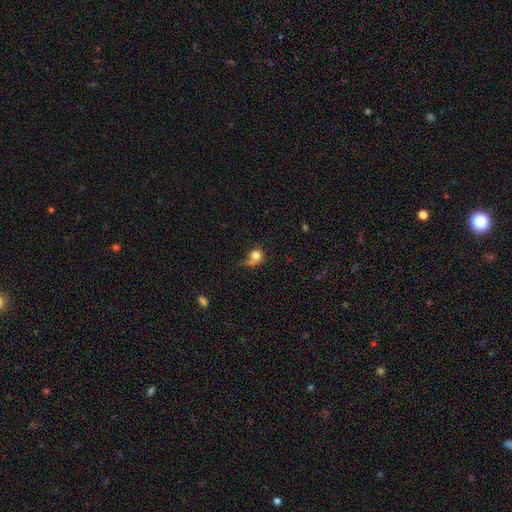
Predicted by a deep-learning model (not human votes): Smooth or featured?
  - smooth: 76% *
  - featured or disk: 14%
  - star or artifact: 11%
How rounded?
  - round: 76% *
  - in between: 23%
  - cigar-shaped: 1%
Merging?
  - none: 34% *
  - major disturbance: 29%
  - minor disturbance: 25%
  - merger: 12%